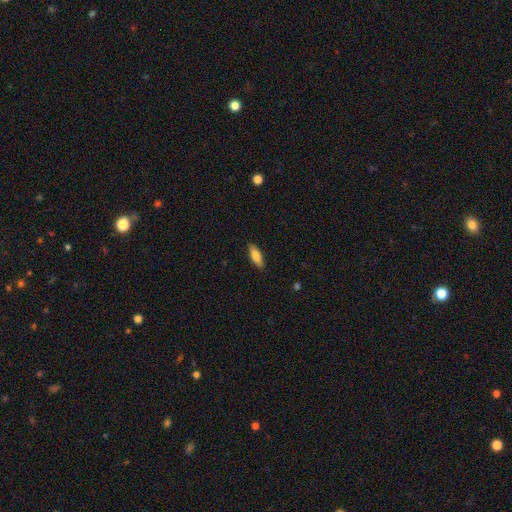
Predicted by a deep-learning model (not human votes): Q: Smooth or featured?
A: smooth (76%); runner-up: featured or disk (18%)
Q: How rounded?
A: in between (61%); runner-up: cigar-shaped (37%)
Q: Merging?
A: none (87%); runner-up: minor disturbance (9%)